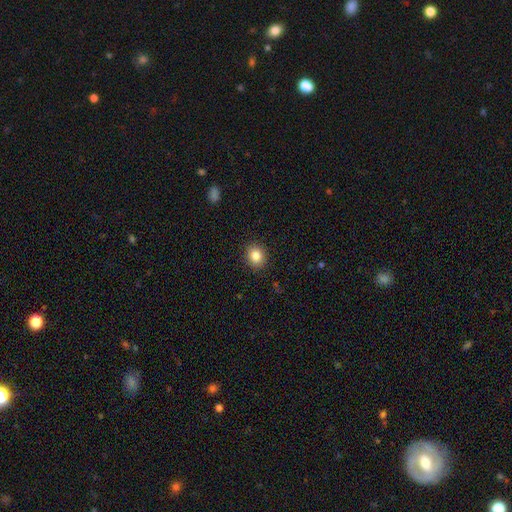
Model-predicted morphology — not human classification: Smooth or featured?
  - smooth: 84% *
  - star or artifact: 10%
  - featured or disk: 6%
How rounded?
  - round: 68% *
  - in between: 31%
  - cigar-shaped: 1%
Merging?
  - none: 90% *
  - minor disturbance: 7%
  - major disturbance: 2%
  - merger: 1%